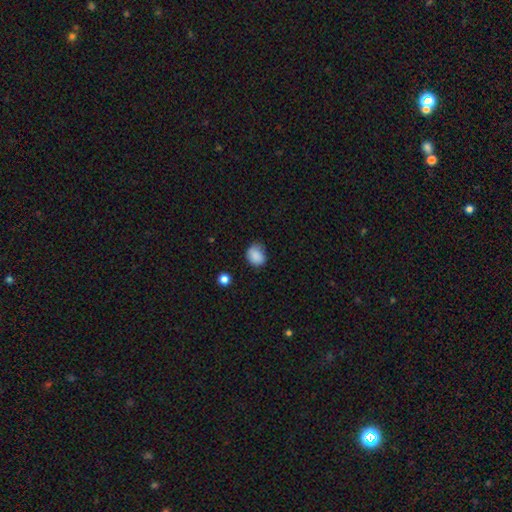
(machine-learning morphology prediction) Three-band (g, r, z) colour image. It shows a smooth galaxy with no disk features (87%) that is round (57%). Merging: none (65%).